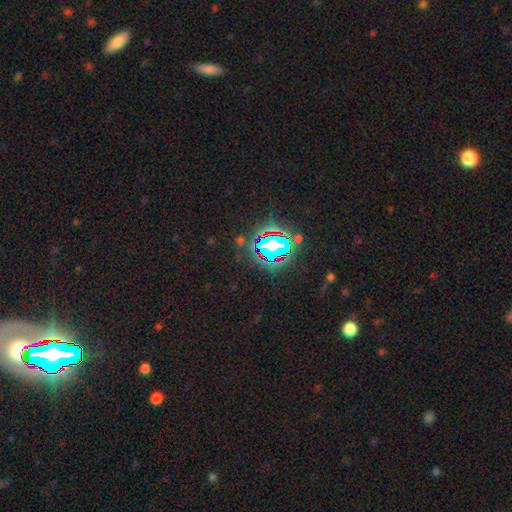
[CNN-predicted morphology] Smooth or featured: star or artifact — 82% (smooth — 11%)